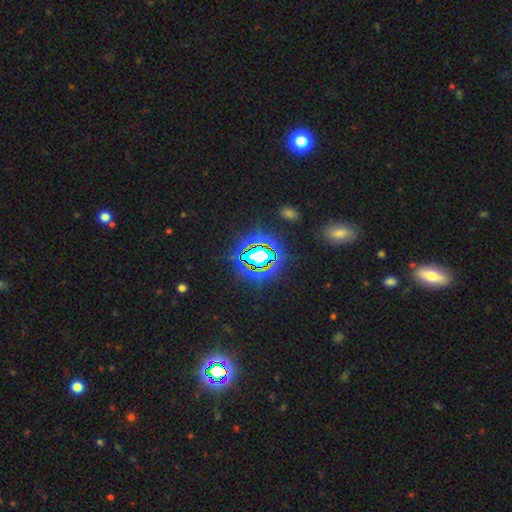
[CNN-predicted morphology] smooth_or_featured: star or artifact (p=0.79) [alt: smooth p=0.13]